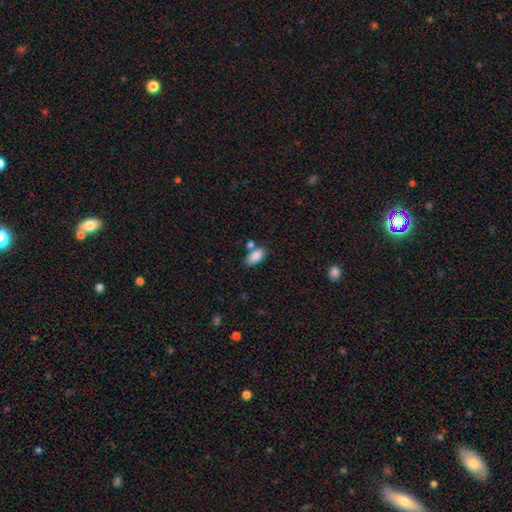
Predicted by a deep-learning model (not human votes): Overall: smooth (87%). How rounded: in between (91%). Merging: none (66%).